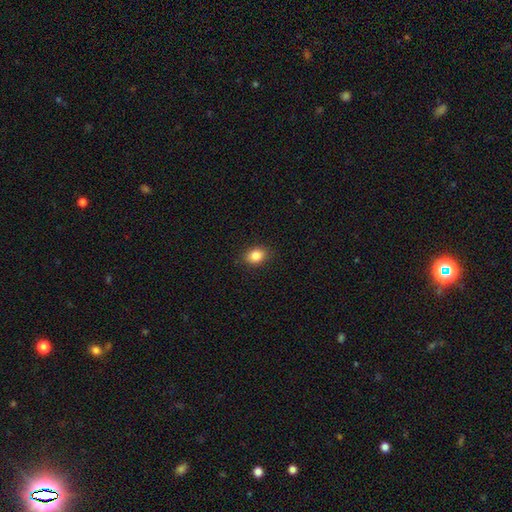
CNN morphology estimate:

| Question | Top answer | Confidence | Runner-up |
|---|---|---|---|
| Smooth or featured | smooth | 85% | star or artifact (10%) |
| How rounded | in between | 63% | round (36%) |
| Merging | none | 88% | minor disturbance (9%) |